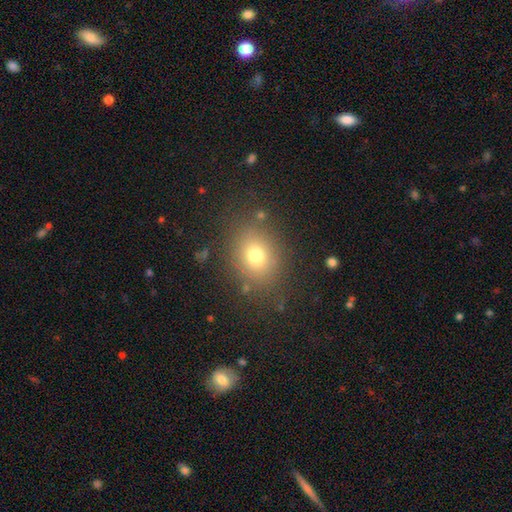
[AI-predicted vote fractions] This appears to be a smooth galaxy with no disk features (74%) that is round (51%). Merging: none (83%).